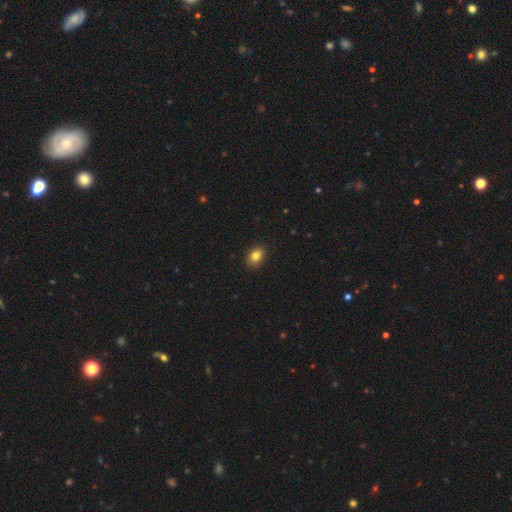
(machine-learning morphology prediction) A smooth galaxy with no disk features (83%) that is in between round and cigar-shaped (68%). Merging: none (88%).